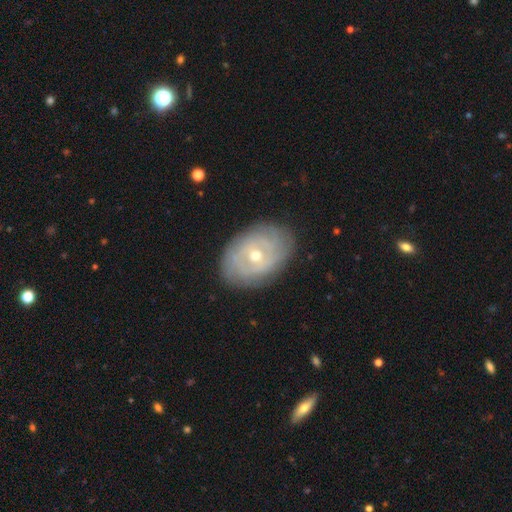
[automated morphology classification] Smooth or featured? Predicted: featured or disk (p=0.75). Edge-on disk? Predicted: no (p=0.95). Bar? Predicted: no (p=0.68). Spiral arms? Predicted: yes (p=0.77). Spiral winding? Predicted: tight (p=0.75). Spiral arm count? Predicted: can't tell (p=0.53). Bulge size? Predicted: moderate (p=0.51). Merging? Predicted: none (p=0.81).